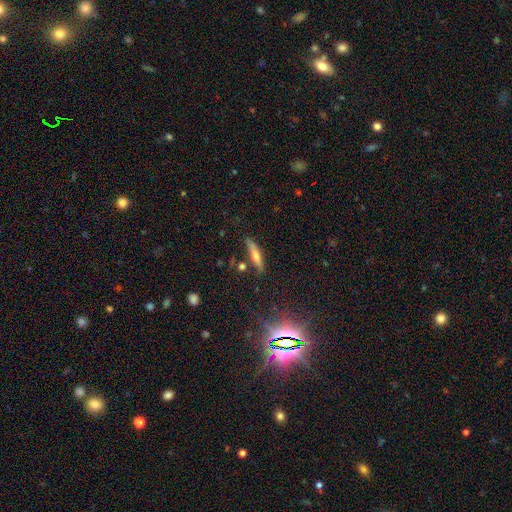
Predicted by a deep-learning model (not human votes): A featured or disk galaxy (42%). Merging: none (80%).